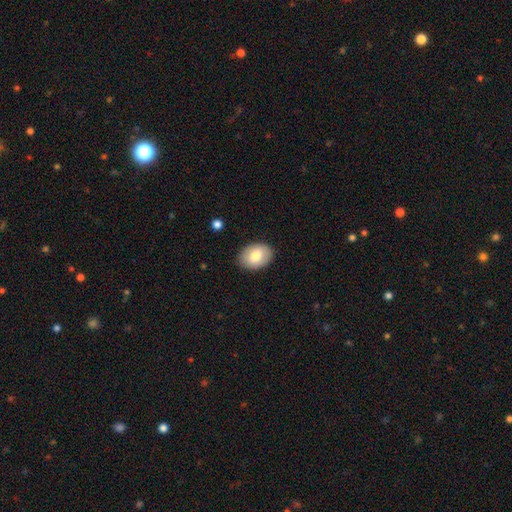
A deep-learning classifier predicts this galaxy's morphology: Smooth or featured: smooth — 77% (featured or disk — 17%)
How rounded: in between — 78% (round — 21%)
Merging: none — 87% (minor disturbance — 10%)